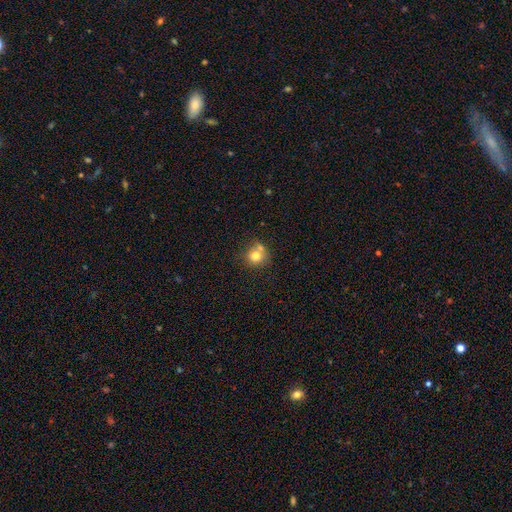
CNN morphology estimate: Smooth or featured?
  - smooth: 75% *
  - featured or disk: 13%
  - star or artifact: 12%
How rounded?
  - round: 86% *
  - in between: 13%
  - cigar-shaped: 1%
Merging?
  - none: 52% *
  - merger: 32%
  - minor disturbance: 12%
  - major disturbance: 4%